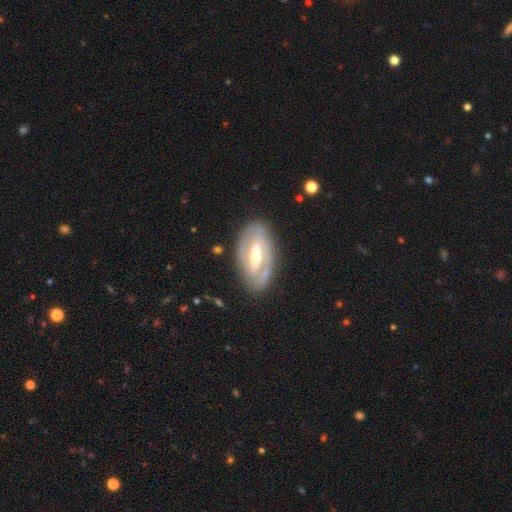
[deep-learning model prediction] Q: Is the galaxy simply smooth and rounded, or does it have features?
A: featured or disk — 80%.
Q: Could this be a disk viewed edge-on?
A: no — 92%.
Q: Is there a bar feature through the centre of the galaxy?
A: strong — 56%.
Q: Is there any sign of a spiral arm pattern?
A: yes — 74%.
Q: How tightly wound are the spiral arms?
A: tight — 53%.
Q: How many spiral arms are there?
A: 2 — 76%.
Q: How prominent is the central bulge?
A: moderate — 59%.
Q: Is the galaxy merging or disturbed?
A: none — 81%.